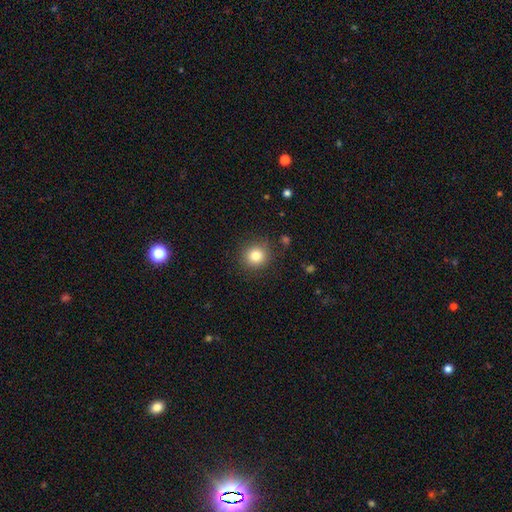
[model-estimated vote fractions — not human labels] A smooth galaxy with no disk features (82%) that is round (91%). Merging: none (87%).